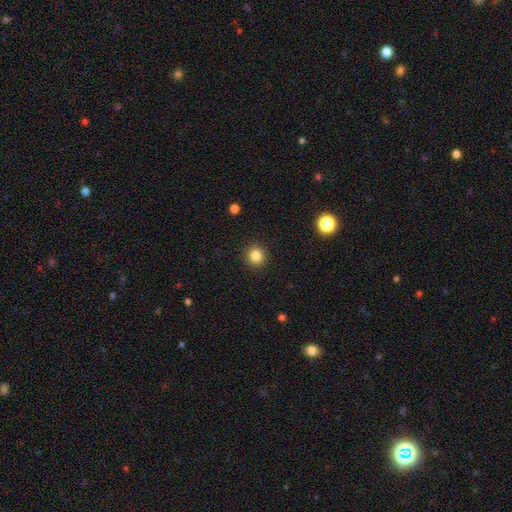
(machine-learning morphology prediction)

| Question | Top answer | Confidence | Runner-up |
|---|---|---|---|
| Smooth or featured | smooth | 84% | star or artifact (11%) |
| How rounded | round | 89% | in between (10%) |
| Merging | none | 92% | minor disturbance (5%) |